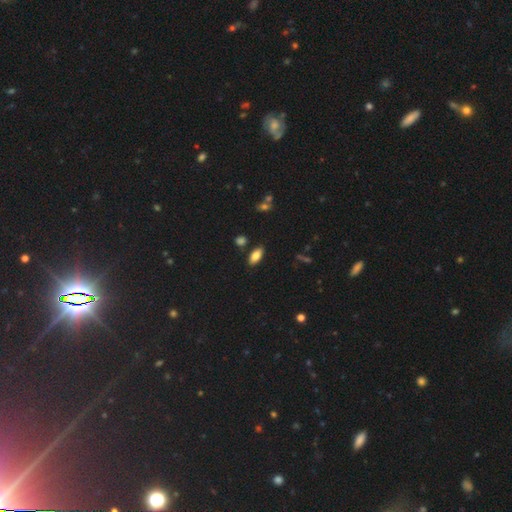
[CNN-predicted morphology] Smooth or featured?
  - smooth: 82% *
  - featured or disk: 10%
  - star or artifact: 8%
How rounded?
  - in between: 88% *
  - cigar-shaped: 9%
  - round: 3%
Merging?
  - none: 85% *
  - minor disturbance: 9%
  - merger: 4%
  - major disturbance: 2%